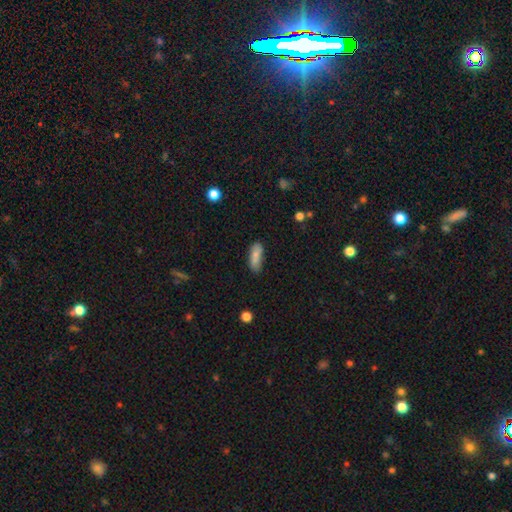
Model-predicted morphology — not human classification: smooth_or_featured: smooth (p=0.78) [alt: featured or disk p=0.14]
how_rounded: in between (p=0.68) [alt: cigar-shaped p=0.29]
merging: none (p=0.61) [alt: minor disturbance p=0.23]